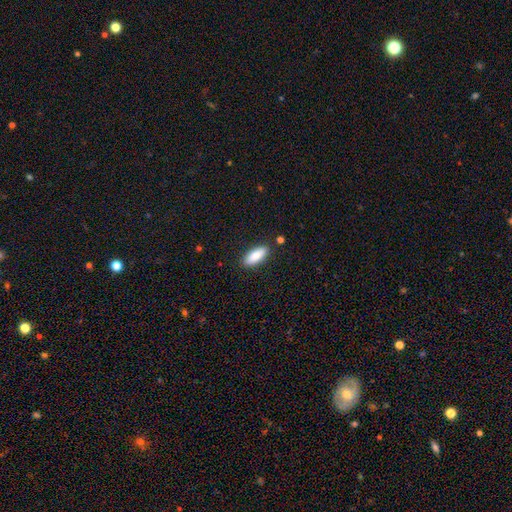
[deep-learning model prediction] Smooth or featured: smooth — 85% (featured or disk — 9%)
How rounded: in between — 74% (cigar-shaped — 24%)
Merging: none — 87% (minor disturbance — 9%)